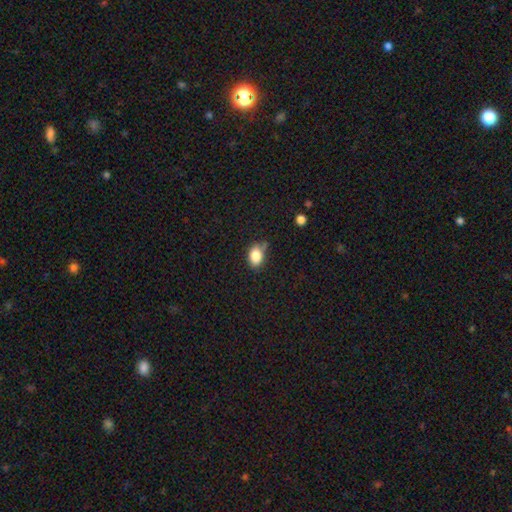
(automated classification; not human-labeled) Smooth or featured? smooth (84%)
How rounded? in between (78%)
Merging? none (60%)